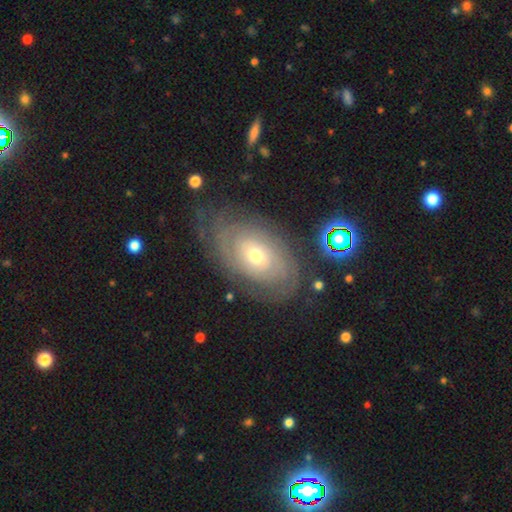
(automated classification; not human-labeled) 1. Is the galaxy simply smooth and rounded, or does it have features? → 78% featured or disk, 14% smooth, 7% star or artifact.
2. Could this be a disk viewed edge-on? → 95% no, 5% yes.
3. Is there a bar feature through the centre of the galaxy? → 81% no, 15% weak, 4% strong.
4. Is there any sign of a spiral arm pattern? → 87% yes, 13% no.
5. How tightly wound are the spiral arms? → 81% tight, 15% medium, 5% loose.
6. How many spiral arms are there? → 50% can't tell, 24% 2, 10% 3, 6% 4, 5% more than 4, 5% 1.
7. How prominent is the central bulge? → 54% moderate, 41% small, 3% large, 1% dominant, 1% none.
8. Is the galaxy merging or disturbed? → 75% none, 16% minor disturbance, 8% major disturbance, 2% merger.